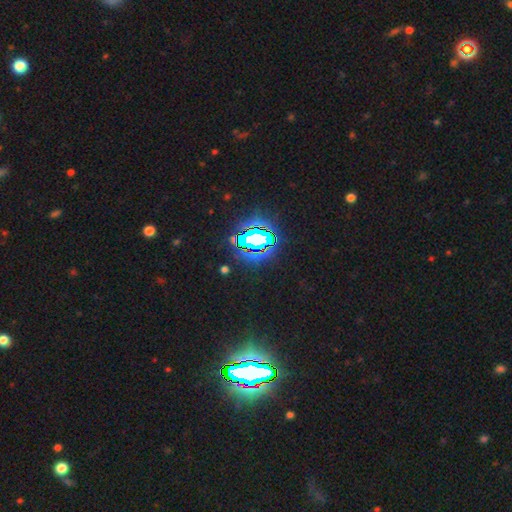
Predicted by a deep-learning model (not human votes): A star or artifact, not a galaxy (85%).